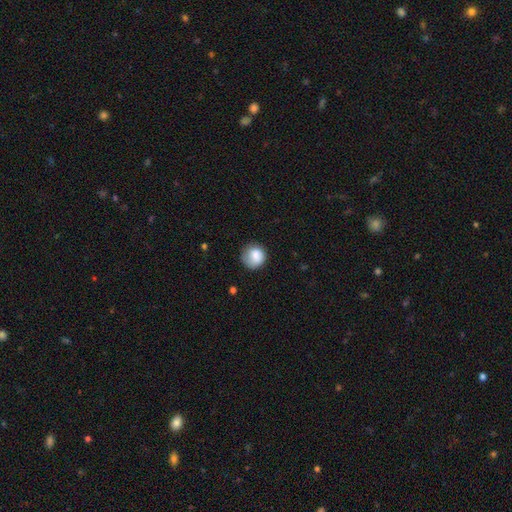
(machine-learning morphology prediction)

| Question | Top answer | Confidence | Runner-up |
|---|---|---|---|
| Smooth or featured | smooth | 84% | featured or disk (8%) |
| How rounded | round | 89% | in between (10%) |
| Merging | none | 69% | minor disturbance (22%) |